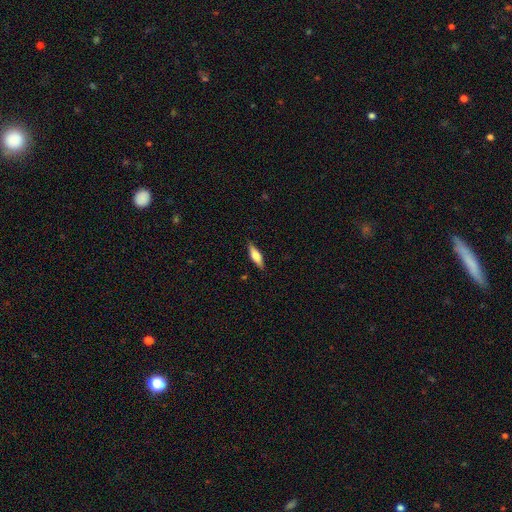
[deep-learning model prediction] Smooth or featured? Predicted: smooth (p=0.58). How rounded? Predicted: cigar-shaped (p=0.53). Merging? Predicted: none (p=0.86).